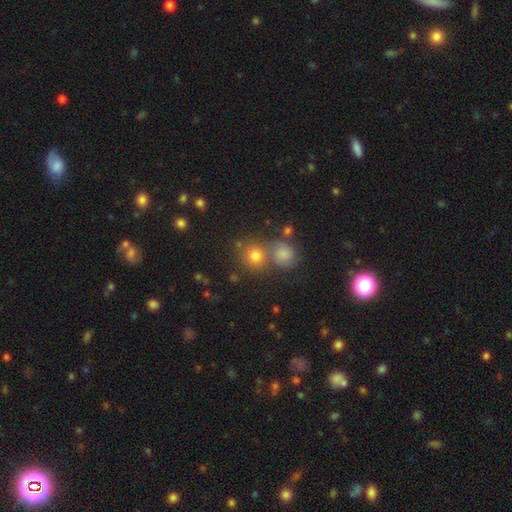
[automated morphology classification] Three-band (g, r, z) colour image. It shows a smooth galaxy with no disk features (74%) that is round (86%). Merging: none (56%).